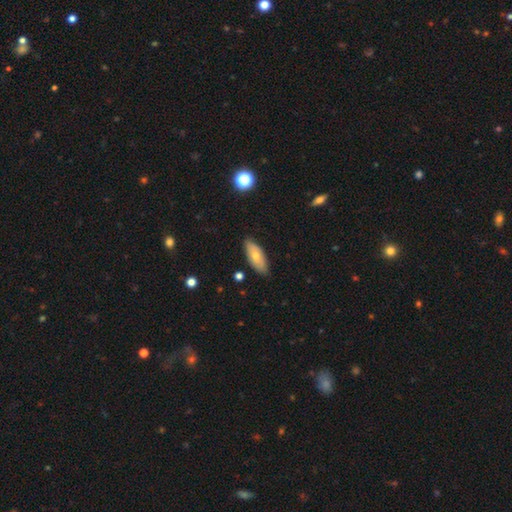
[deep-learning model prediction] Q: Smooth or featured?
A: smooth (66%); runner-up: featured or disk (28%)
Q: How rounded?
A: in between (80%); runner-up: cigar-shaped (18%)
Q: Merging?
A: none (83%); runner-up: minor disturbance (13%)